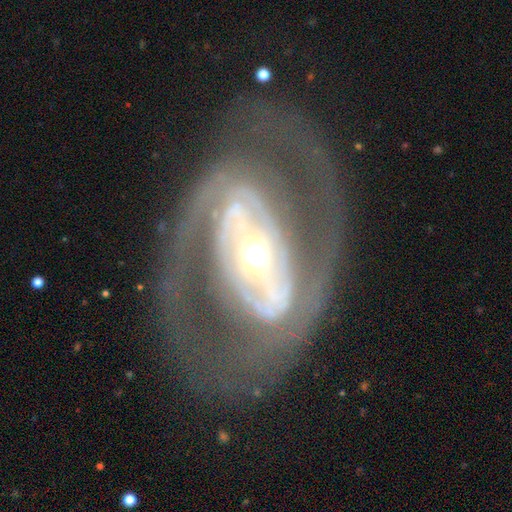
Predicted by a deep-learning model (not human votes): smooth-or-featured: featured or disk: 87% | smooth: 8% | star or artifact: 5%
  disk-edge-on: no: 95% | yes: 5%
    bar: strong: 45% | weak: 28% | no: 27%
    has-spiral-arms: yes: 81% | no: 19%
      spiral-winding: medium: 44% | tight: 39% | loose: 17%
      spiral-arm-count: 2: 81% | can't tell: 10% | 3: 3% | 1: 3% | 4: 2% | more than 4: 2%
    bulge-size: moderate: 58% | small: 28% | large: 11% | dominant: 2% | none: 1%
  merging: none: 71% | major disturbance: 15% | minor disturbance: 13% | merger: 2%